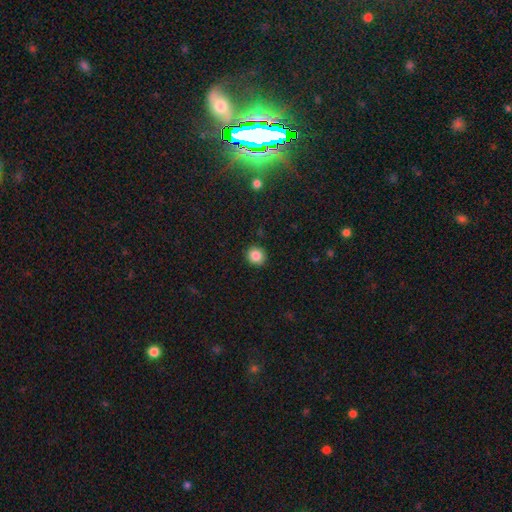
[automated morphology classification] A smooth galaxy with no disk features (86%) that is round (89%).

Vote fractions:
- Smooth or featured? smooth: 86% / star or artifact: 10% / featured or disk: 4%
- How rounded? round: 89% / in between: 11% / cigar-shaped: 1%
- Merging? none: 92% / minor disturbance: 6% / major disturbance: 2% / merger: 1%